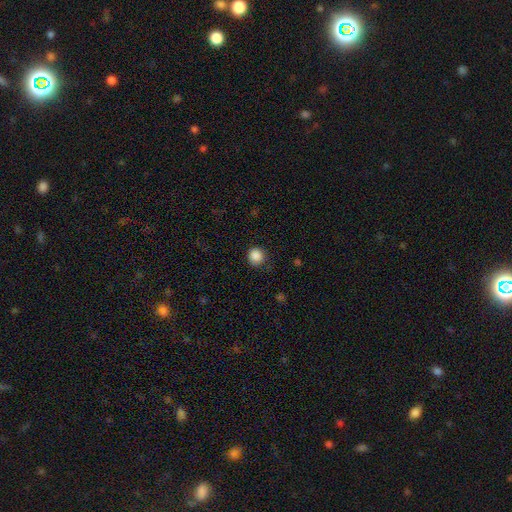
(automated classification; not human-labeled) Q: Smooth or featured?
A: smooth (87%); runner-up: star or artifact (10%)
Q: How rounded?
A: round (91%); runner-up: in between (8%)
Q: Merging?
A: none (85%); runner-up: minor disturbance (11%)